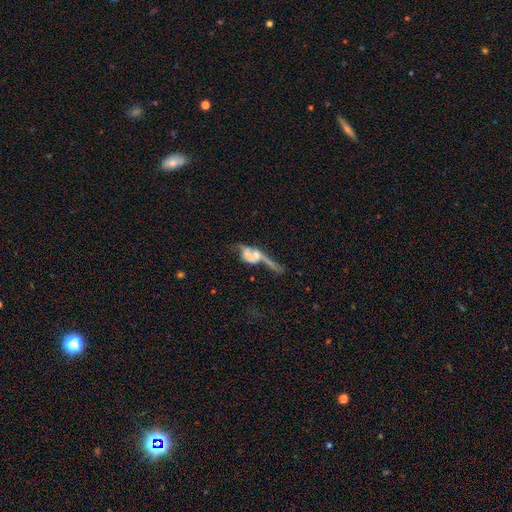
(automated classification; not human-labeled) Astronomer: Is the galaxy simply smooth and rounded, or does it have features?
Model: featured or disk — 57%.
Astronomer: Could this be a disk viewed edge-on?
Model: no — 55% (runner-up: yes, 45%).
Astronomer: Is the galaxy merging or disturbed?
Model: merger — 43% (runner-up: none, 23%).